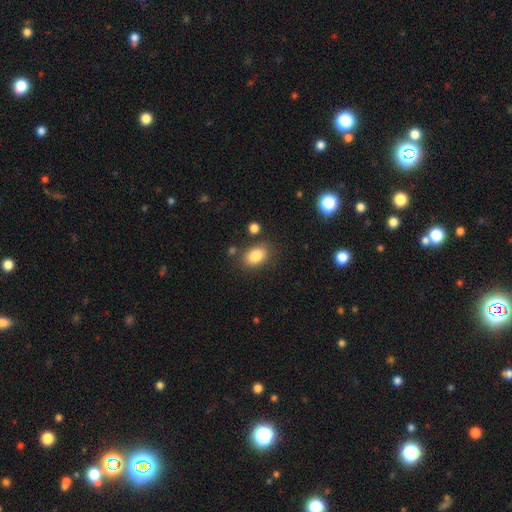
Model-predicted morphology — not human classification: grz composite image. It shows a smooth galaxy with no disk features (85%) that is in between round and cigar-shaped (84%). Merging: none (78%).